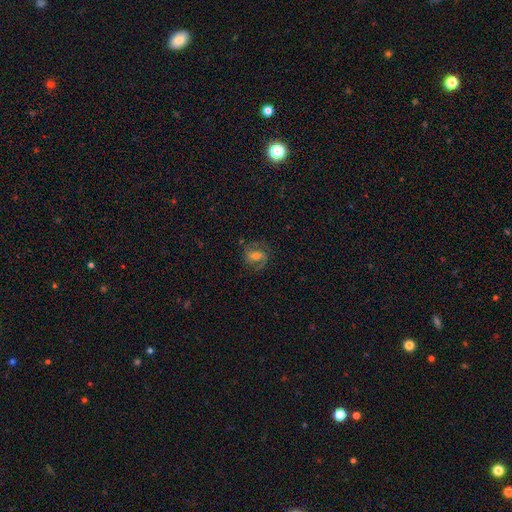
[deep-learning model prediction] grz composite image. It shows a featured or disk galaxy (60%) with a weak bar (43%), spiral arms (85%) and a moderate central bulge (58%). Merging: none (72%).